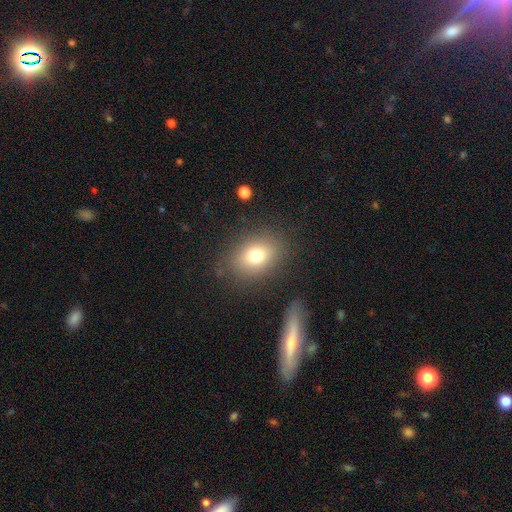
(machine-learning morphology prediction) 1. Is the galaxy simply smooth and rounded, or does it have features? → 73% smooth, 14% featured or disk, 13% star or artifact.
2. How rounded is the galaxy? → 61% in between, 38% round, 1% cigar-shaped.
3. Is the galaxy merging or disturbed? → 81% none, 12% minor disturbance, 5% major disturbance, 2% merger.